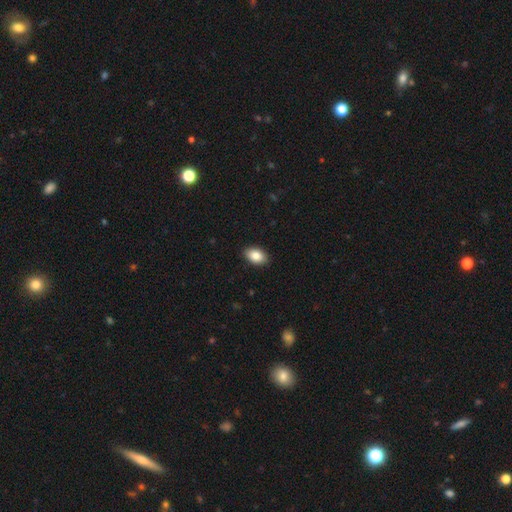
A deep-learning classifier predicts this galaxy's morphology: smooth_or_featured: smooth (p=0.86) [alt: star or artifact p=0.07]
how_rounded: in between (p=0.90) [alt: round p=0.09]
merging: none (p=0.90) [alt: minor disturbance p=0.07]